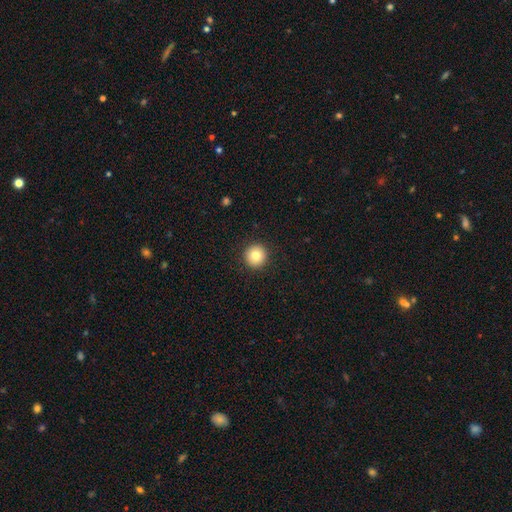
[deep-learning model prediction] Smooth or featured: smooth — 81% (star or artifact — 10%)
How rounded: round — 95% (in between — 4%)
Merging: none — 93% (minor disturbance — 4%)